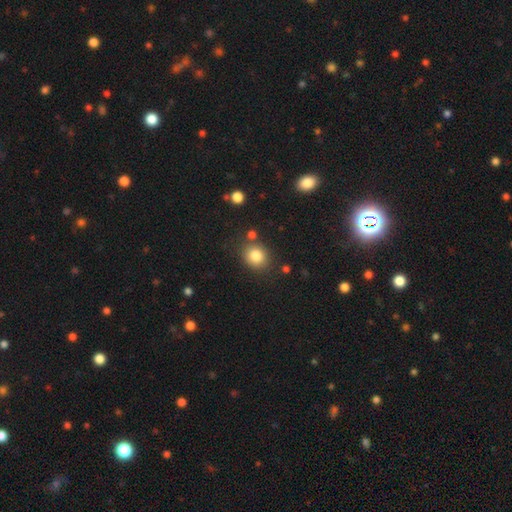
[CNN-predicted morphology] smooth-or-featured: smooth: 83% | star or artifact: 11% | featured or disk: 7%
  how-rounded: round: 72% | in between: 27% | cigar-shaped: 1%
  merging: none: 80% | minor disturbance: 10% | merger: 7% | major disturbance: 3%